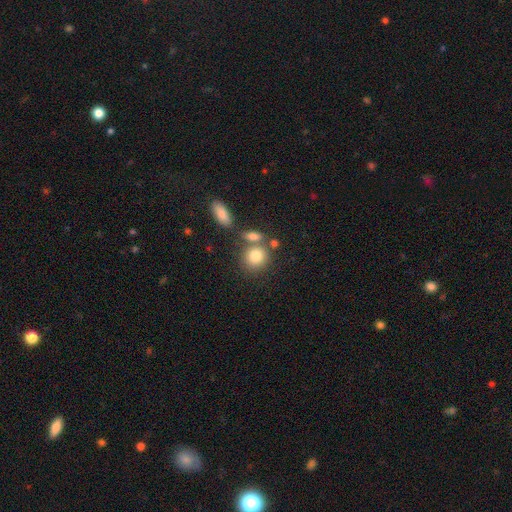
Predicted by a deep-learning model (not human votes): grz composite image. It shows a smooth galaxy with no disk features (81%) that is round (66%). Merging: none (58%).